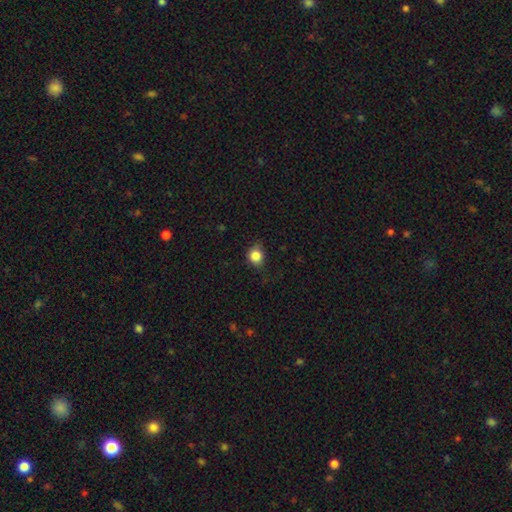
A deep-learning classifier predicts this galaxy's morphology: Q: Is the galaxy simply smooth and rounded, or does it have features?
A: smooth — 84%.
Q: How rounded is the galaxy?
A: round — 75%.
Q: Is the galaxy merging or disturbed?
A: none — 71%.